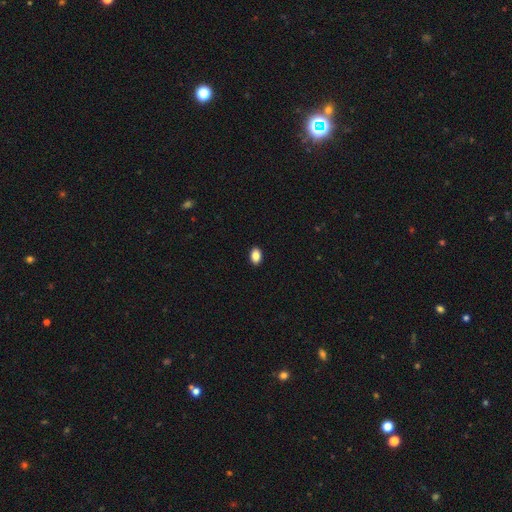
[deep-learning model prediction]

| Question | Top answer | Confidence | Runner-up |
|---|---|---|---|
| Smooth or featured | smooth | 87% | star or artifact (8%) |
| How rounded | in between | 87% | round (11%) |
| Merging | none | 90% | minor disturbance (7%) |